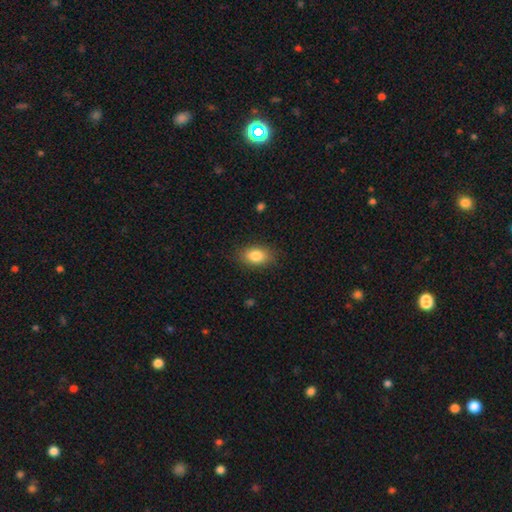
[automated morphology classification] smooth_or_featured: smooth (p=0.85) [alt: star or artifact p=0.08]
how_rounded: in between (p=0.84) [alt: round p=0.14]
merging: none (p=0.85) [alt: minor disturbance p=0.11]